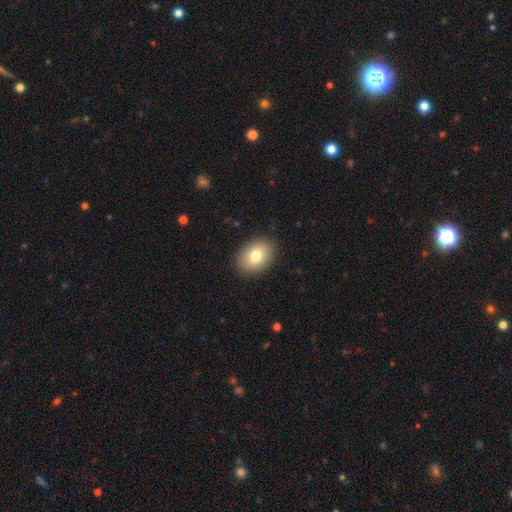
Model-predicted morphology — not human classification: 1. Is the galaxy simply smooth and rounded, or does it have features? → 79% smooth, 13% featured or disk, 8% star or artifact.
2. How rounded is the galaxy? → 75% in between, 24% round, 1% cigar-shaped.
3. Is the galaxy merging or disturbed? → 89% none, 8% minor disturbance, 2% major disturbance, 1% merger.